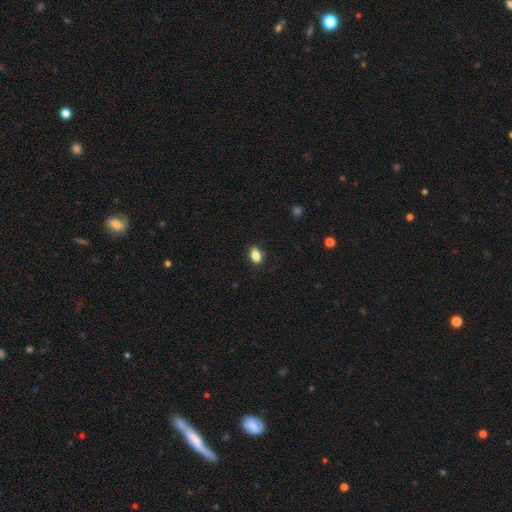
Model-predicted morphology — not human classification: Smooth or featured? smooth (84%)
How rounded? in between (82%)
Merging? none (84%)